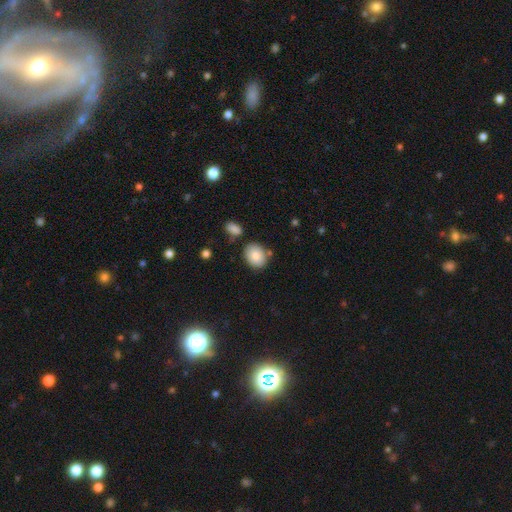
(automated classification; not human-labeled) smooth-or-featured: smooth: 83% | featured or disk: 9% | star or artifact: 8%
  how-rounded: round: 52% | in between: 47% | cigar-shaped: 1%
  merging: none: 78% | minor disturbance: 12% | merger: 8% | major disturbance: 3%